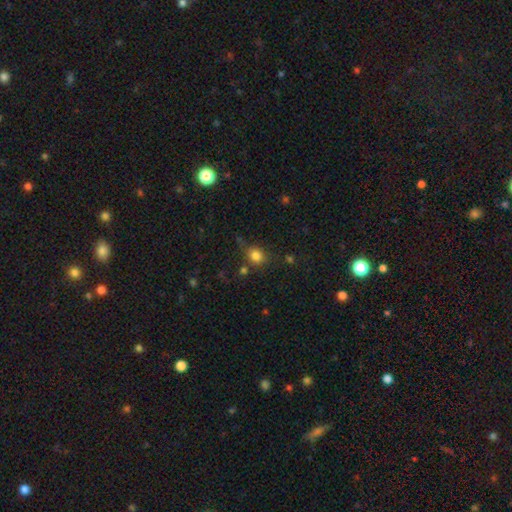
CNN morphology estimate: This is clearly a smooth galaxy (82%). How rounded: possibly round (56%). Merging: likely none (67%).